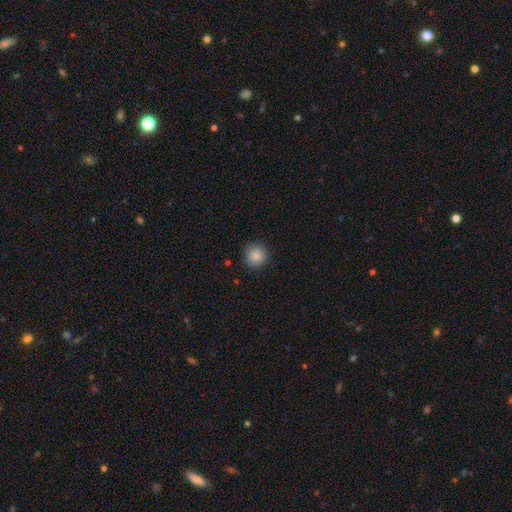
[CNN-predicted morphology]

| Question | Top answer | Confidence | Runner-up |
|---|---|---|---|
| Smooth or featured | smooth | 88% | star or artifact (9%) |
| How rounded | round | 91% | in between (8%) |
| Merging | none | 88% | minor disturbance (9%) |